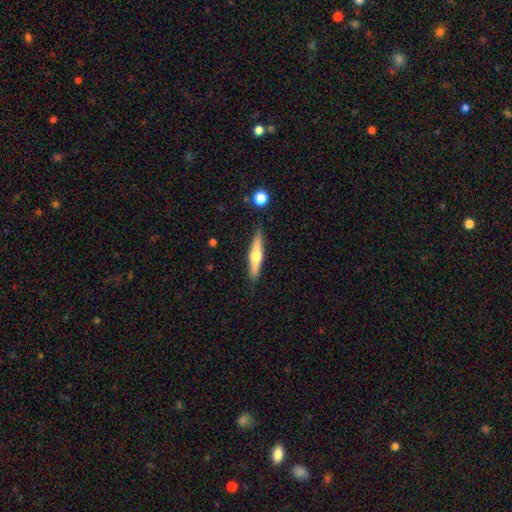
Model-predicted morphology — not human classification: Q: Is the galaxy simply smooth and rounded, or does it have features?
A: featured or disk — 53%.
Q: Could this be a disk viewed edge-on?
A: yes — 93%.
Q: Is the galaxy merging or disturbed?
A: none — 86%.